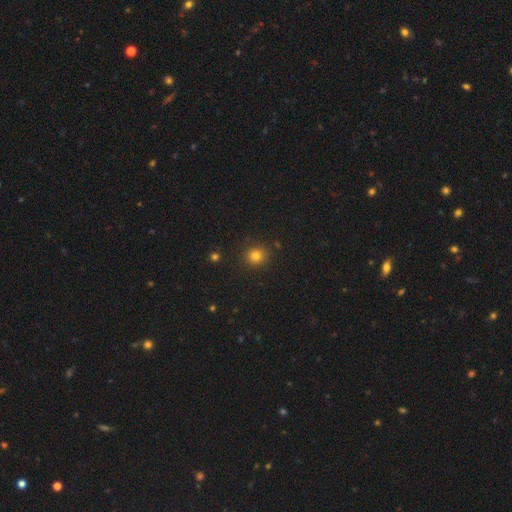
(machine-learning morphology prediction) A smooth galaxy with no disk features (81%) that is round (86%).

Vote fractions:
- Smooth or featured? smooth: 81% / star or artifact: 13% / featured or disk: 5%
- How rounded? round: 86% / in between: 13% / cigar-shaped: 1%
- Merging? none: 88% / minor disturbance: 8% / major disturbance: 2% / merger: 2%